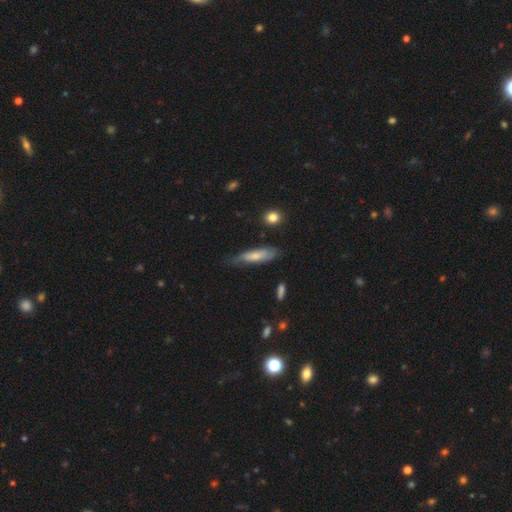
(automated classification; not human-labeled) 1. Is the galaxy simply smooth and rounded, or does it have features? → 60% smooth, 34% featured or disk, 6% star or artifact.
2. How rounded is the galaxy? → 61% cigar-shaped, 37% in between, 2% round.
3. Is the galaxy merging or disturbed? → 56% none, 32% minor disturbance, 10% major disturbance, 2% merger.